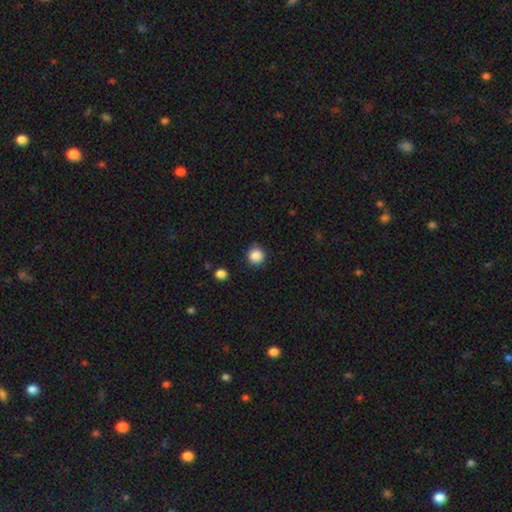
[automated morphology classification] A smooth galaxy with no disk features (86%) that is round (92%).

Vote fractions:
- Smooth or featured? smooth: 86% / star or artifact: 10% / featured or disk: 4%
- How rounded? round: 92% / in between: 7% / cigar-shaped: 1%
- Merging? none: 88% / minor disturbance: 8% / major disturbance: 2% / merger: 2%